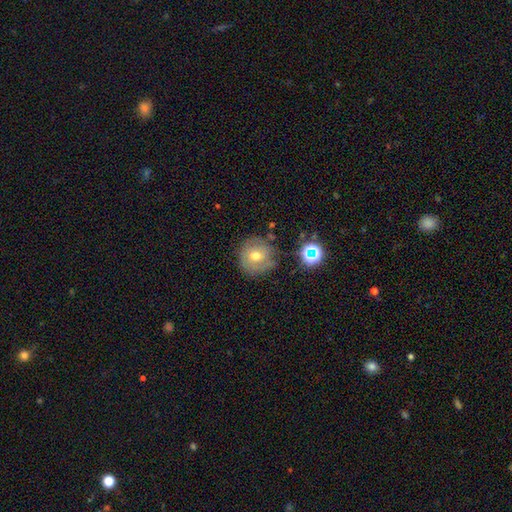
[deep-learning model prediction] A smooth galaxy with no disk features (52%) that is round (91%). Merging: none (67%).